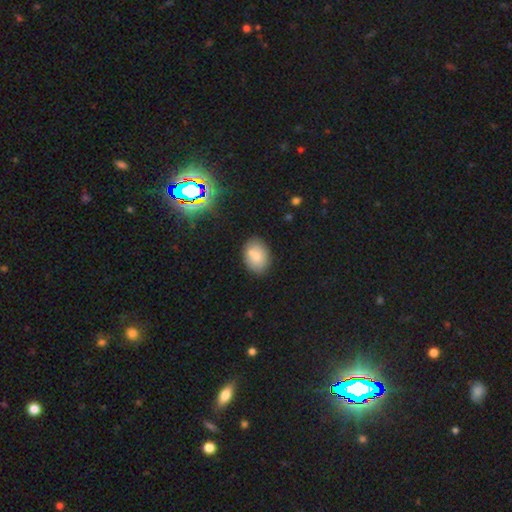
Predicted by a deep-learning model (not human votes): Overall: smooth (77%). How rounded: in between (77%). Merging: none (71%).